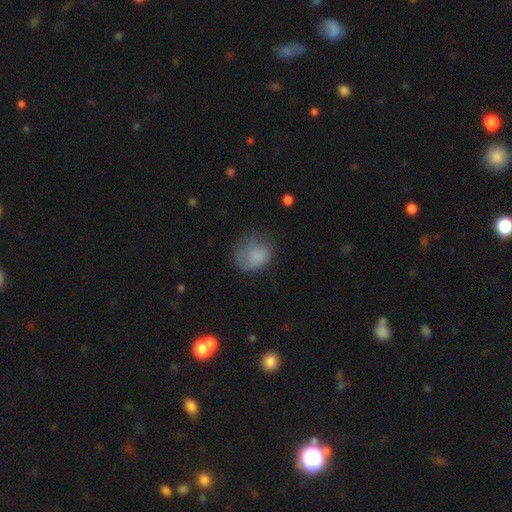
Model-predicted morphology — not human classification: Overall: smooth (77%). How rounded: round (69%; in between 30%). Merging: none (48%; minor disturbance 28%).